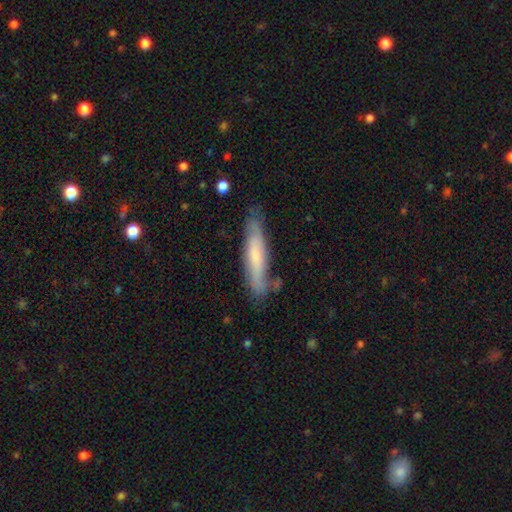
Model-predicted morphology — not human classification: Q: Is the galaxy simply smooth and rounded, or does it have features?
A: smooth — 57%.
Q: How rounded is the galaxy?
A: cigar-shaped — 86%.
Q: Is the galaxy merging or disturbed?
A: none — 73%.